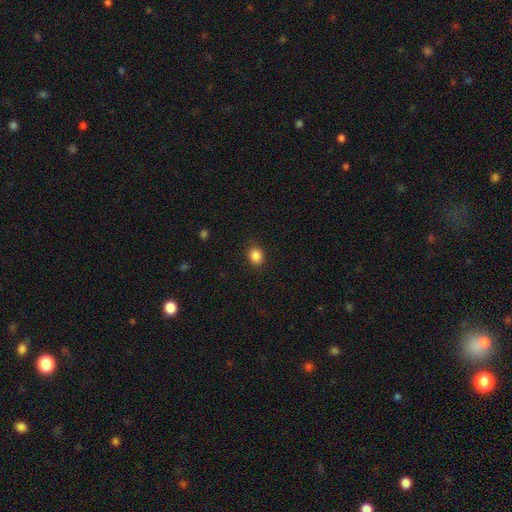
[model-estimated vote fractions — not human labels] This appears to be a smooth galaxy with no disk features (87%) that is in between round and cigar-shaped (50%). Merging: none (88%).